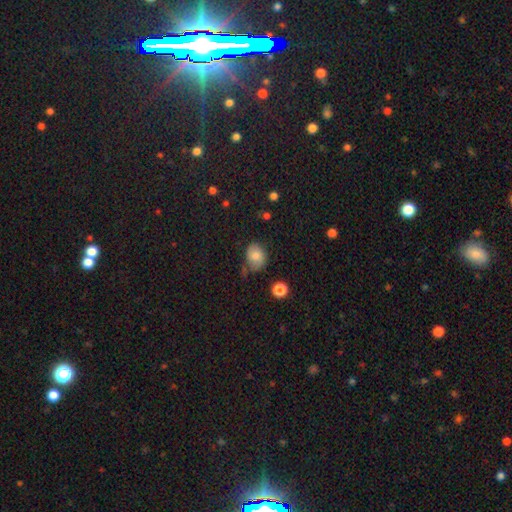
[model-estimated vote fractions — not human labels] Smooth or featured?
  - smooth: 72% *
  - featured or disk: 16%
  - star or artifact: 11%
How rounded?
  - in between: 51% *
  - round: 48%
  - cigar-shaped: 1%
Merging?
  - none: 54% *
  - minor disturbance: 30%
  - major disturbance: 11%
  - merger: 5%